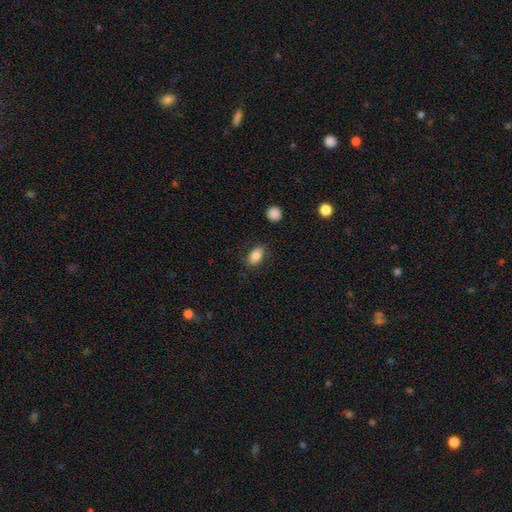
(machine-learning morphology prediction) smooth_or_featured: smooth (p=0.84) [alt: featured or disk p=0.08]
how_rounded: in between (p=0.87) [alt: round p=0.12]
merging: none (p=0.82) [alt: minor disturbance p=0.12]